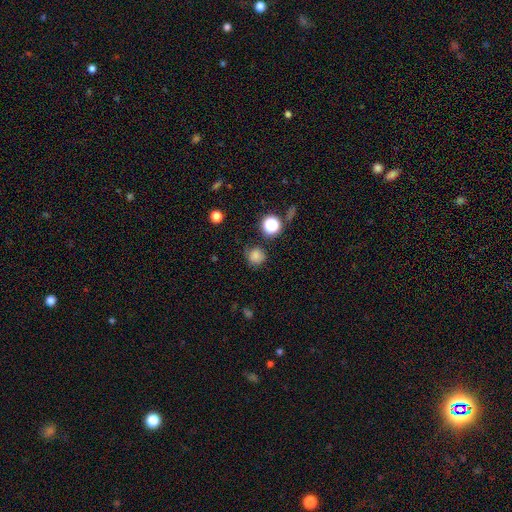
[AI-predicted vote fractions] Smooth or featured? Predicted: smooth (p=0.78). How rounded? Predicted: round (p=0.90). Merging? Predicted: none (p=0.76).